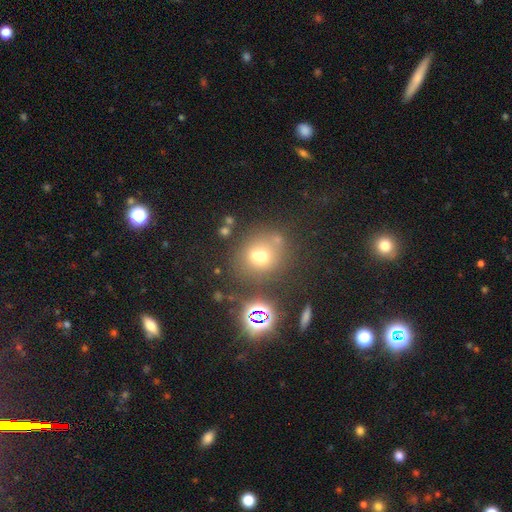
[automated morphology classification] Smooth or featured? Predicted: smooth (p=0.59). How rounded? Predicted: round (p=0.76). Merging? Predicted: none (p=0.48).